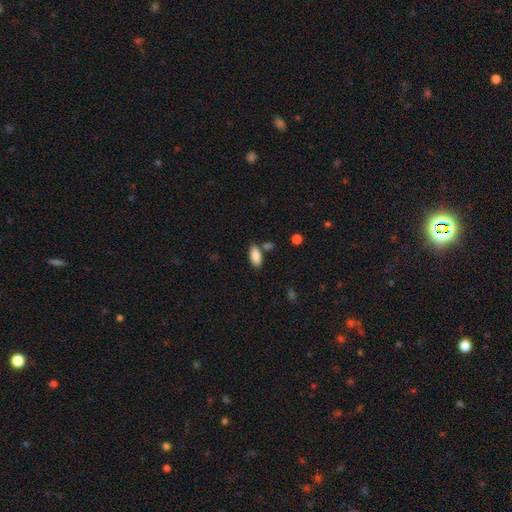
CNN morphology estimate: Smooth or featured? Predicted: smooth (p=0.88). How rounded? Predicted: in between (p=0.90). Merging? Predicted: none (p=0.74).